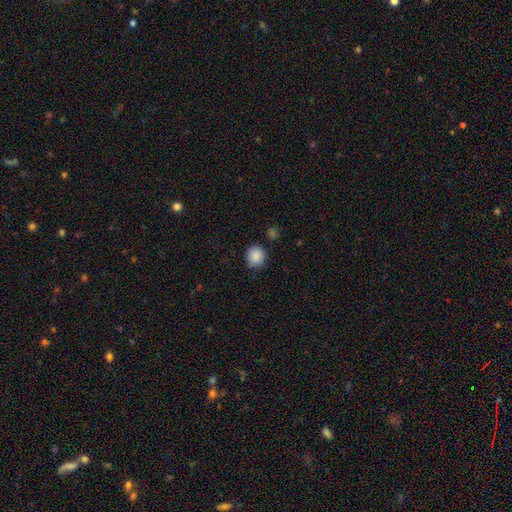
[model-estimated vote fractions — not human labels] Morphology: type=smooth (87%); roundness=round (88%); merging=none (83%).